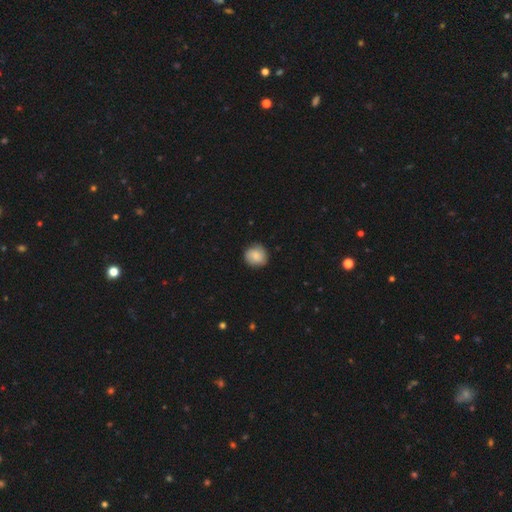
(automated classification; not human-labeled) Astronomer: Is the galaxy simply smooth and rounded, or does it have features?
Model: smooth — 80%.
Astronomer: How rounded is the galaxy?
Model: round — 88%.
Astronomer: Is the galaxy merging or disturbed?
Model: none — 83%.